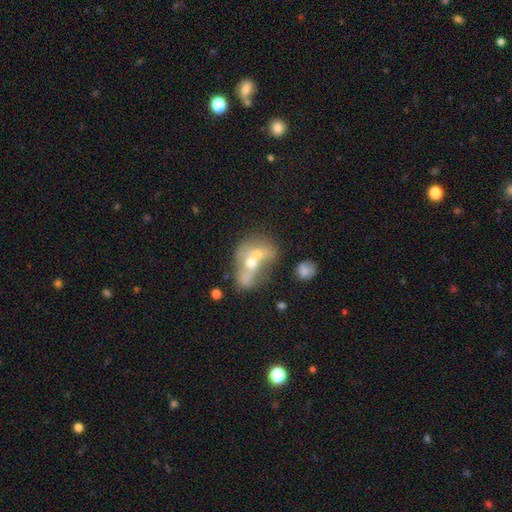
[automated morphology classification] The model was most divided on "smooth or featured": smooth: 44%, featured or disk: 43%, star or artifact: 13%. More confident: merging — merger (74%).